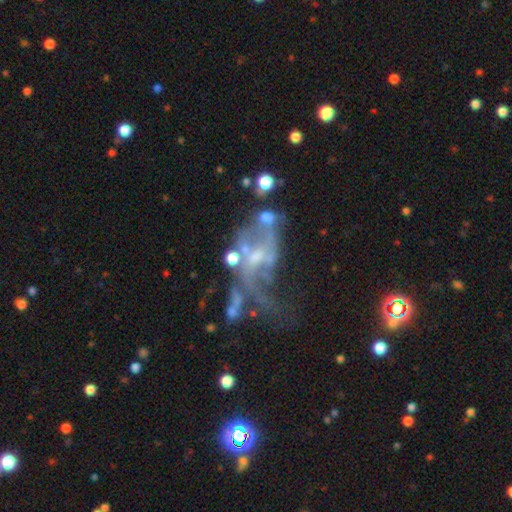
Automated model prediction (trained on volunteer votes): This is likely a featured or disk galaxy (73%). It is clearly not viewed edge-on (96%). Bar: likely no (61%). Spiral arm pattern: possibly yes (58%). Central bulge: possibly small (48%). Merging: marginally major disturbance (43%).